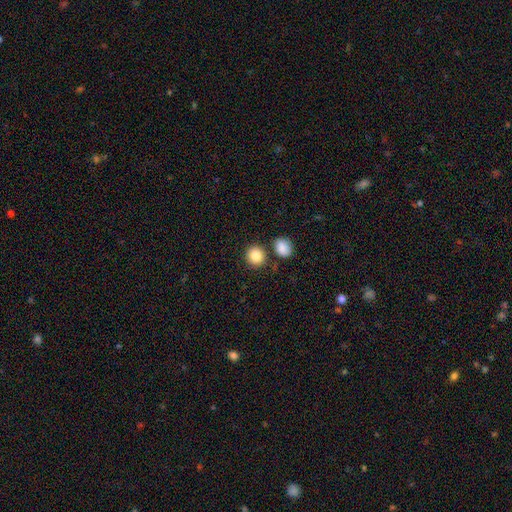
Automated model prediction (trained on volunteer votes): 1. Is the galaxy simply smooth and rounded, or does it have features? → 87% smooth, 9% star or artifact, 5% featured or disk.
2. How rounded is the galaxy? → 86% round, 13% in between, 1% cigar-shaped.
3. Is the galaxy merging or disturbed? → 79% none, 11% merger, 8% minor disturbance, 3% major disturbance.